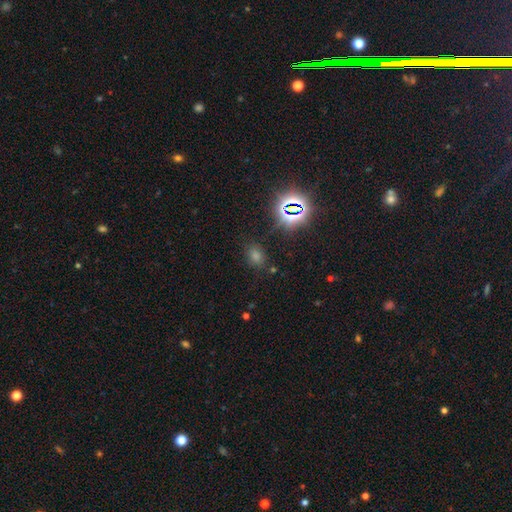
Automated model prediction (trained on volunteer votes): A smooth galaxy with no disk features (50%). Merging: none (82%).